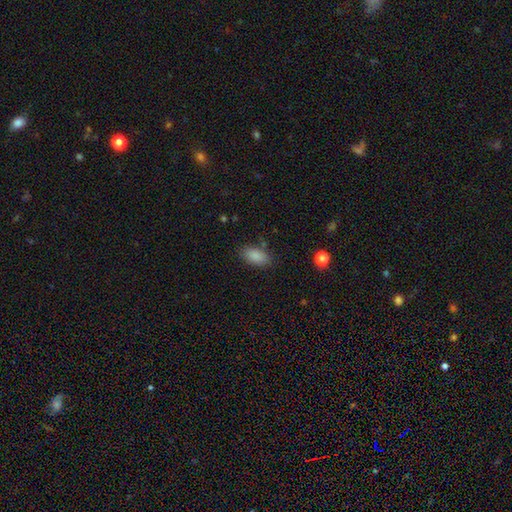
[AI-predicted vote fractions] Overall: smooth (88%). How rounded: in between (92%). Merging: none (82%).